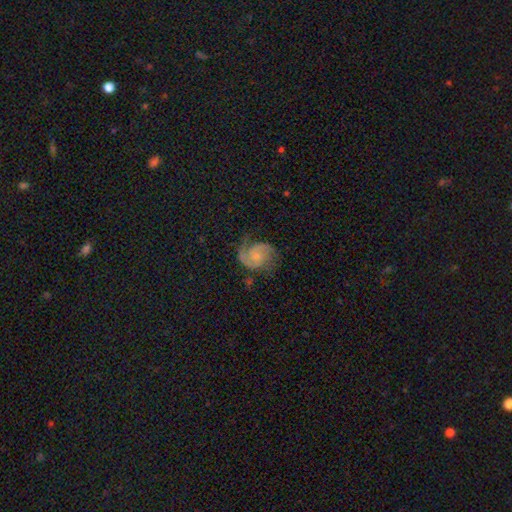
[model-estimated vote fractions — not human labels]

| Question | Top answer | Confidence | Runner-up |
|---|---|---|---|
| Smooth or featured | featured or disk | 86% | smooth (8%) |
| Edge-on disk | no | 98% | yes (2%) |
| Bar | no | 63% | weak (32%) |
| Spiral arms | yes | 98% | no (2%) |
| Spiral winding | medium | 50% | tight (36%) |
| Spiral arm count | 2 | 84% | 3 (5%) |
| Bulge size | small | 44% | none (29%) |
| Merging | none | 65% | minor disturbance (21%) |